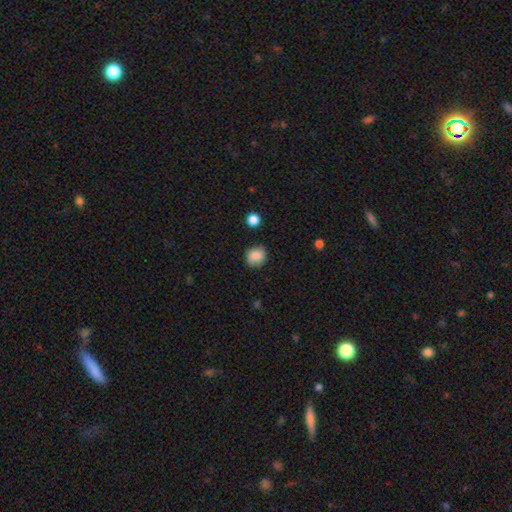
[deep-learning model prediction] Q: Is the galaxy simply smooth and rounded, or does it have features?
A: smooth — 83%.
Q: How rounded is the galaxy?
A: round — 79%.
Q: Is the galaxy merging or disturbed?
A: none — 85%.